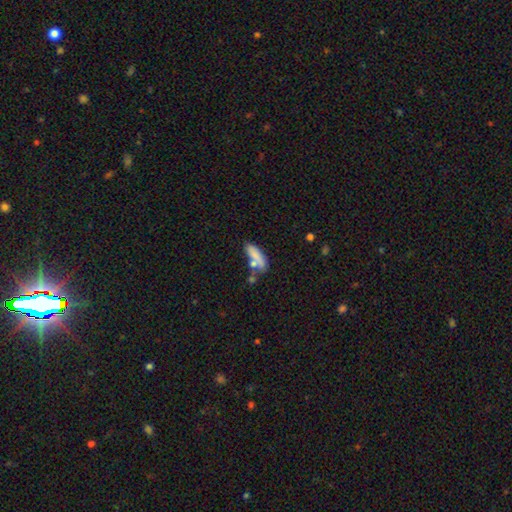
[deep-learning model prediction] This appears to be a smooth galaxy with no disk features (74%) that is in between round and cigar-shaped (59%). Merging: none (45%).